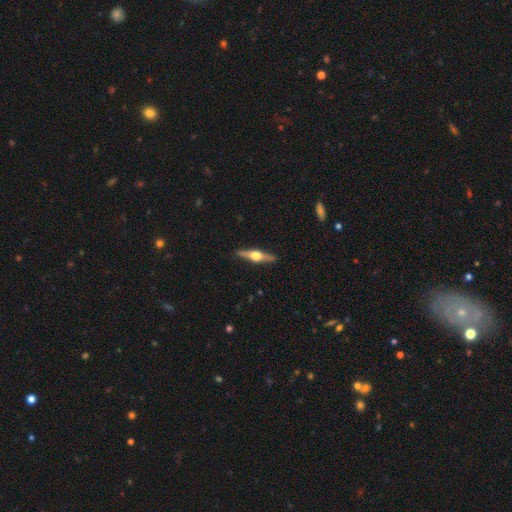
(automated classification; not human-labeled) A featured or disk galaxy (72%) viewed edge-on (97%) with a rounded central bulge (96%). Merging: none (91%).